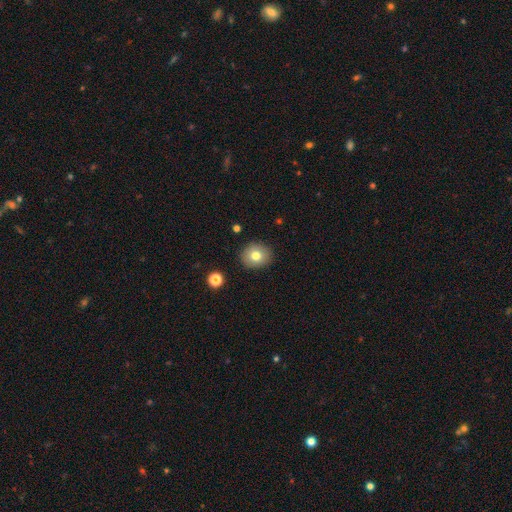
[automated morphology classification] Smooth or featured? Predicted: smooth (p=0.77). How rounded? Predicted: round (p=0.74). Merging? Predicted: none (p=0.89).